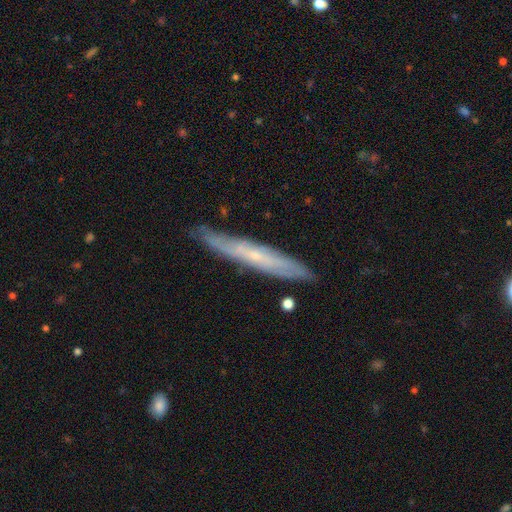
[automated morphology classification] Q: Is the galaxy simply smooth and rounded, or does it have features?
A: featured or disk — 61%.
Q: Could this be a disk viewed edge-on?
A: yes — 76%.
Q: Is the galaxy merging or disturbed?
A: none — 81%.